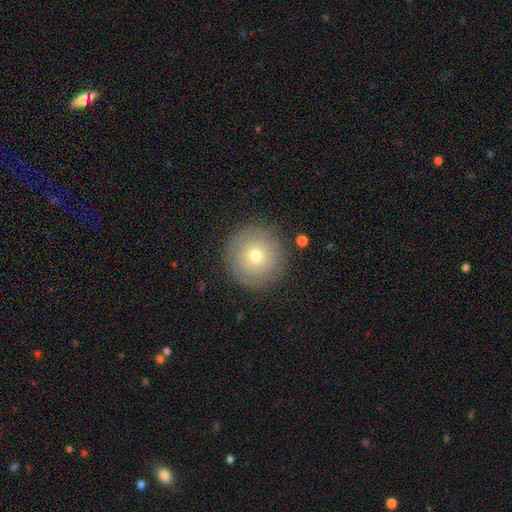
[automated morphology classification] Overall: smooth (64%; featured or disk 25%). How rounded: round (96%). Merging: none (87%).